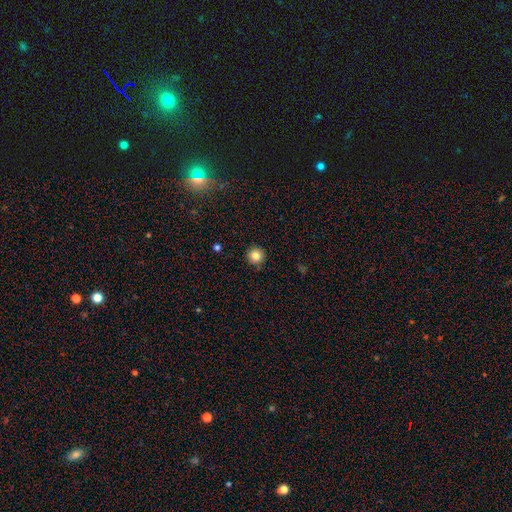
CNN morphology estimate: This is clearly a smooth galaxy (83%). How rounded: clearly round (95%). Merging: clearly none (91%).